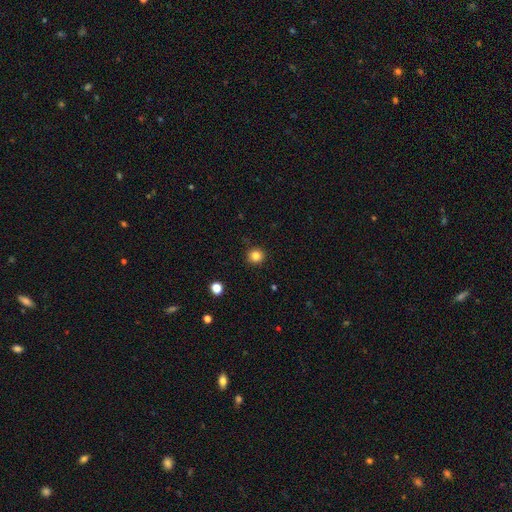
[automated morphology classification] Smooth or featured: smooth — 83% (star or artifact — 12%)
How rounded: round — 92% (in between — 7%)
Merging: none — 91% (minor disturbance — 6%)